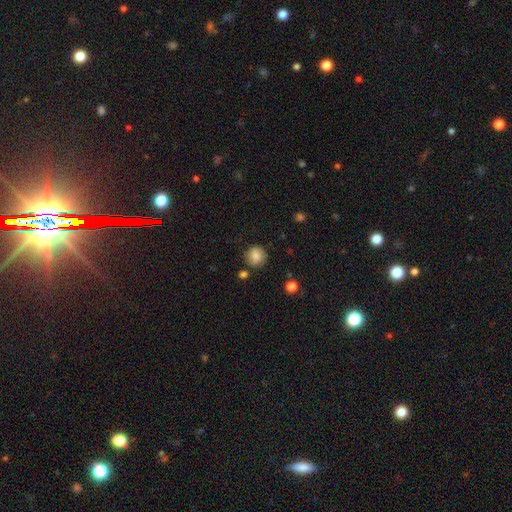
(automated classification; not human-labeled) Q: Smooth or featured?
A: smooth (82%); runner-up: featured or disk (9%)
Q: How rounded?
A: round (90%); runner-up: in between (9%)
Q: Merging?
A: none (80%); runner-up: minor disturbance (13%)